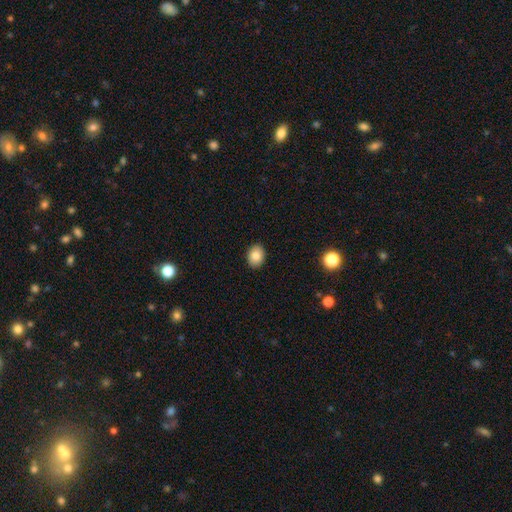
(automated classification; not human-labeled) A smooth galaxy with no disk features (83%) that is in between round and cigar-shaped (67%).

Vote fractions:
- Smooth or featured? smooth: 83% / star or artifact: 9% / featured or disk: 8%
- How rounded? in between: 67% / round: 32% / cigar-shaped: 1%
- Merging? none: 91% / minor disturbance: 7% / major disturbance: 2% / merger: 1%